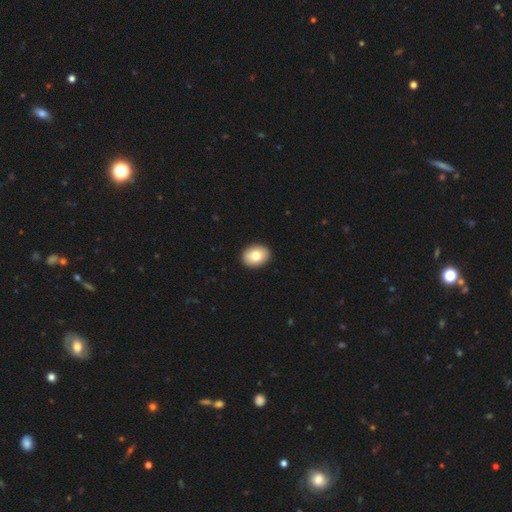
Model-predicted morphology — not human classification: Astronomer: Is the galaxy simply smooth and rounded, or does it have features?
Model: smooth — 79%.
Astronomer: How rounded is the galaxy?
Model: in between — 64%.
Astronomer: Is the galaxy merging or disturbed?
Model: none — 92%.